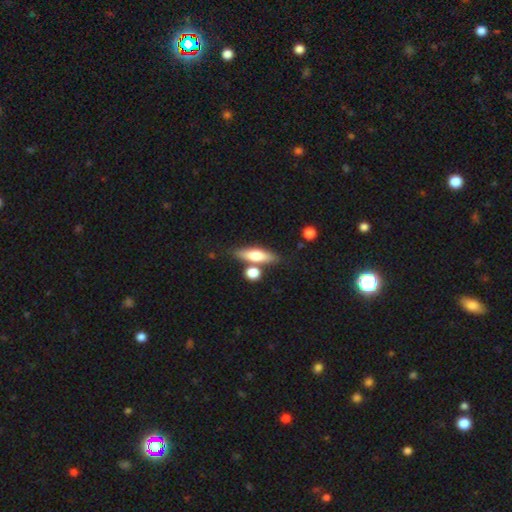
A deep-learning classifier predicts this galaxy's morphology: This appears to be a smooth galaxy with no disk features (60%) that is cigar-shaped (55%). Merging: none (70%).